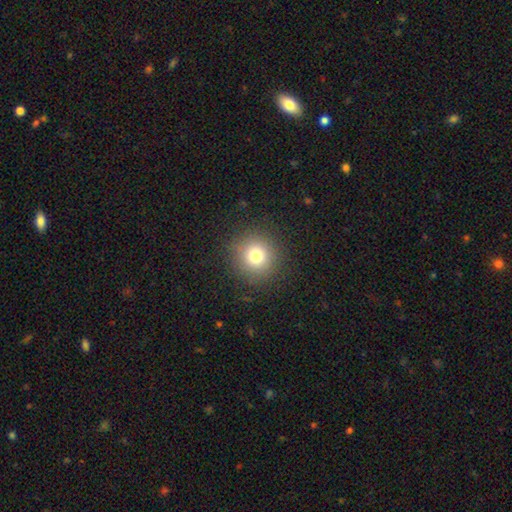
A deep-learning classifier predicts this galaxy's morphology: This appears to be a smooth galaxy with no disk features (77%) that is round (94%). Merging: none (90%).